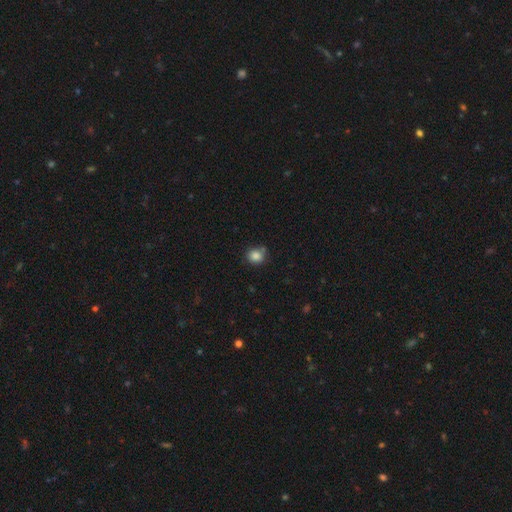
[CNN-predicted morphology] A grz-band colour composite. It shows a smooth galaxy with no disk features (84%) that is round (79%). Merging: none (72%).